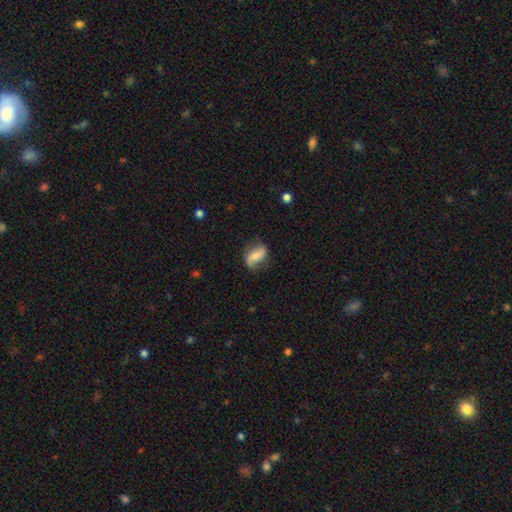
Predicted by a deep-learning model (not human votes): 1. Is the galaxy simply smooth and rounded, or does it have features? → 48% featured or disk, 44% smooth, 8% star or artifact.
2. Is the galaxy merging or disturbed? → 67% none, 23% minor disturbance, 8% major disturbance, 2% merger.